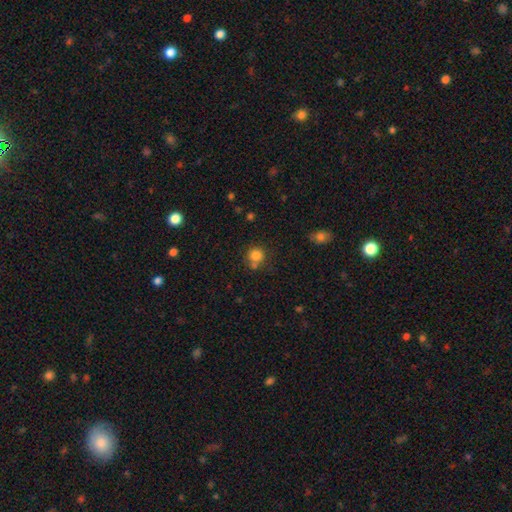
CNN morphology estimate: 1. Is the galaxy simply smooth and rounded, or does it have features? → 81% smooth, 12% star or artifact, 7% featured or disk.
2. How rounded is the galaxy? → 88% round, 11% in between, 1% cigar-shaped.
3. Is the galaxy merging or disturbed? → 63% none, 20% merger, 12% minor disturbance, 4% major disturbance.